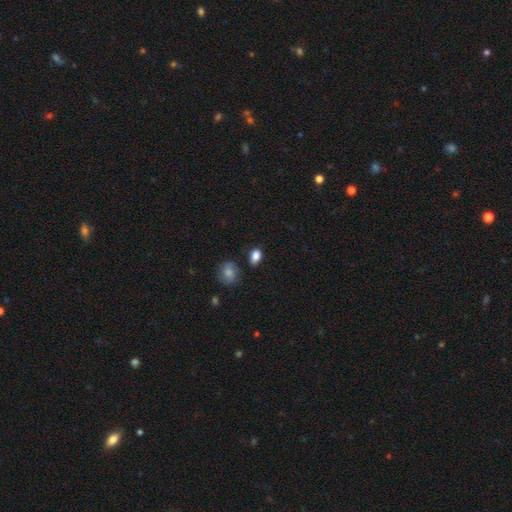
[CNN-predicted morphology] Smooth or featured? Predicted: smooth (p=0.86). How rounded? Predicted: in between (p=0.84). Merging? Predicted: none (p=0.76).